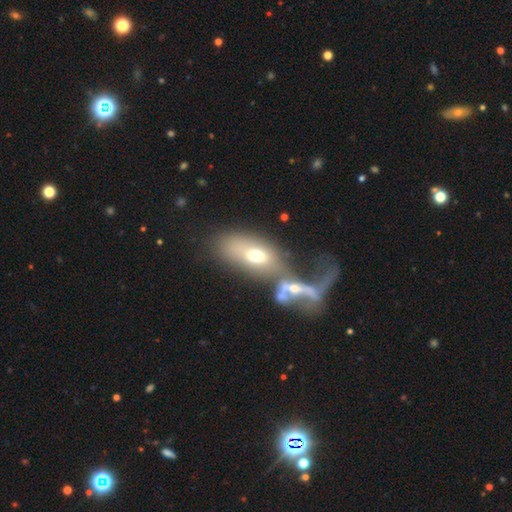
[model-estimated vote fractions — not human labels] Smooth or featured: smooth — 57% (featured or disk — 33%)
How rounded: in between — 85% (round — 9%)
Merging: merger — 50% (none — 22%)